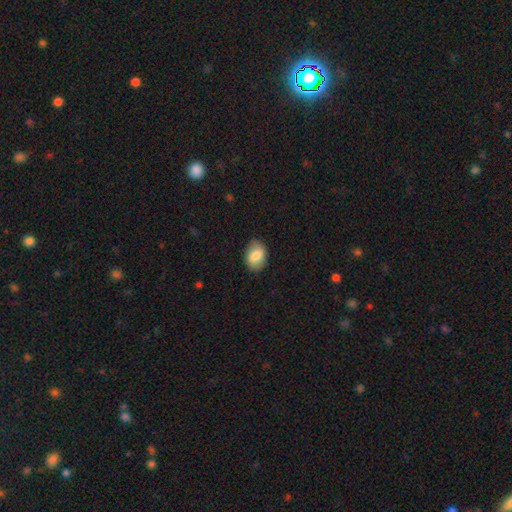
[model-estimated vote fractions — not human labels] A smooth galaxy with no disk features (79%) that is in between round and cigar-shaped (82%).

Vote fractions:
- Smooth or featured? smooth: 79% / featured or disk: 14% / star or artifact: 7%
- How rounded? in between: 82% / round: 17% / cigar-shaped: 1%
- Merging? none: 85% / minor disturbance: 12% / major disturbance: 2% / merger: 1%